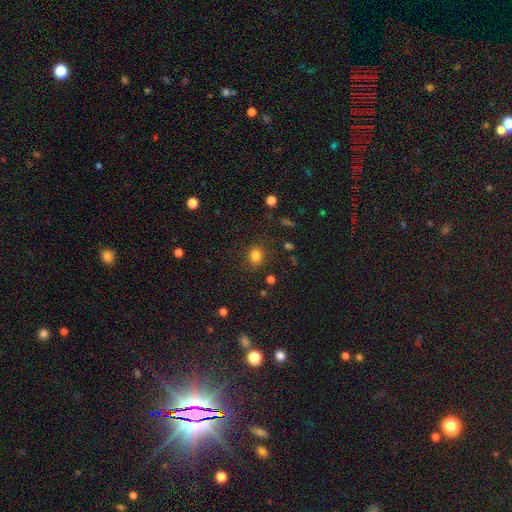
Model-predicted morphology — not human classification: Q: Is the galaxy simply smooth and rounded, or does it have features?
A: smooth — 81%.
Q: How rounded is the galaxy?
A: round — 75%.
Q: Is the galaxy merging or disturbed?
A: none — 85%.